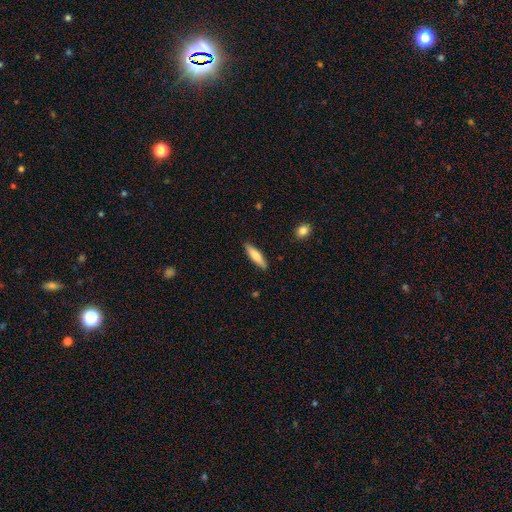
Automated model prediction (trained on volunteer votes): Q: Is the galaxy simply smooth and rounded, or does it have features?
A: smooth — 74%.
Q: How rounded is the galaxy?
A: cigar-shaped — 73%.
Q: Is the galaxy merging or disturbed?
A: none — 89%.